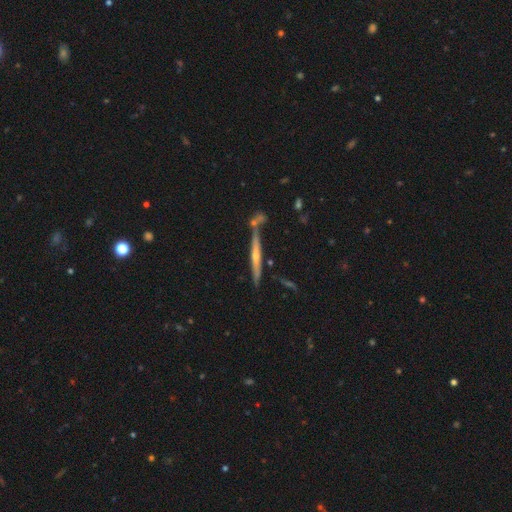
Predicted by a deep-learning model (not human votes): Q: Smooth or featured?
A: featured or disk (70%); runner-up: smooth (23%)
Q: Edge-on disk?
A: yes (96%); runner-up: no (4%)
Q: Edge-on bulge?
A: rounded (62%); runner-up: none (32%)
Q: Merging?
A: none (77%); runner-up: minor disturbance (11%)